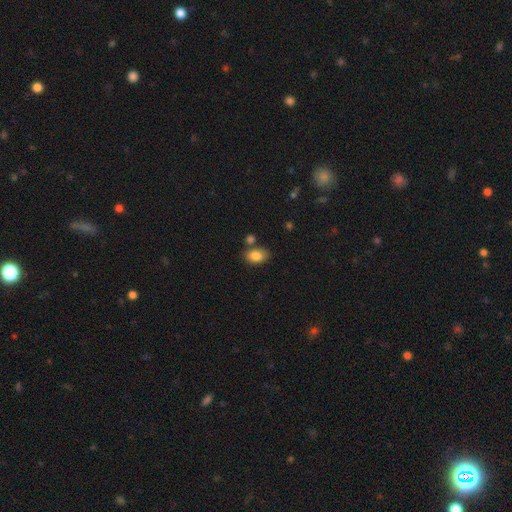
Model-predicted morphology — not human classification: A smooth galaxy with no disk features (84%) that is in between round and cigar-shaped (83%).

Vote fractions:
- Smooth or featured? smooth: 84% / star or artifact: 8% / featured or disk: 8%
- How rounded? in between: 83% / round: 16% / cigar-shaped: 1%
- Merging? none: 70% / minor disturbance: 14% / merger: 13% / major disturbance: 3%